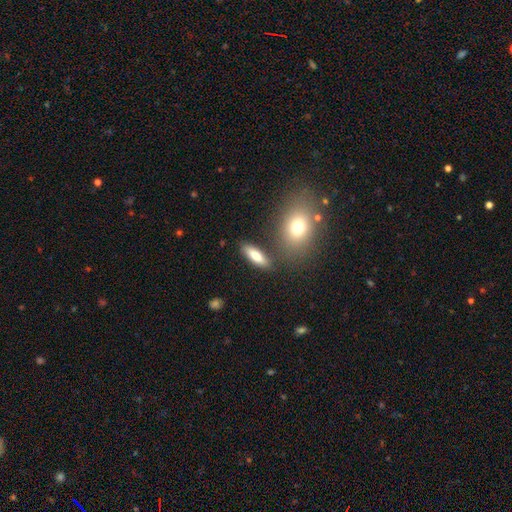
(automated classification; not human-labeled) This appears to be a smooth galaxy with no disk features (76%) that is in between round and cigar-shaped (55%). Merging: none (78%).